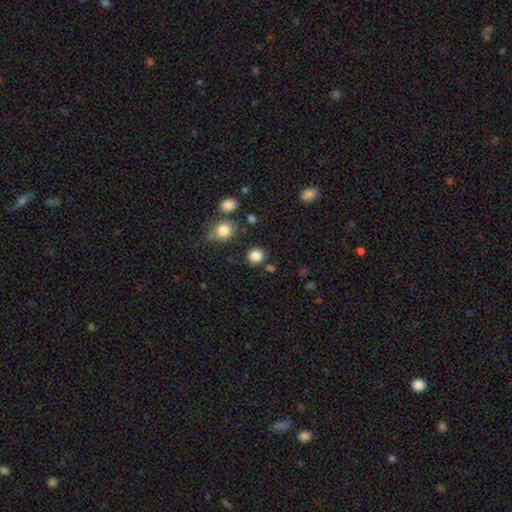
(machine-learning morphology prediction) Smooth or featured? smooth (85%)
How rounded? round (74%)
Merging? none (82%)